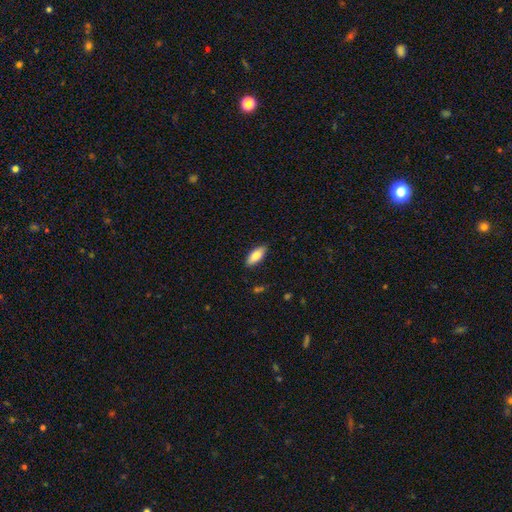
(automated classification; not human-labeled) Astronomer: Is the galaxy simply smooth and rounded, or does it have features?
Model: smooth — 81%.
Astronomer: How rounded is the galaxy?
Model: in between — 81%.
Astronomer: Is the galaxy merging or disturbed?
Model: none — 87%.